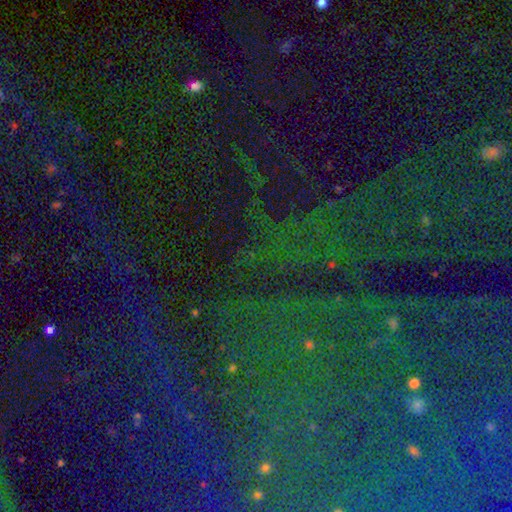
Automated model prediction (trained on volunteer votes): Smooth or featured? Predicted: star or artifact (p=0.82).